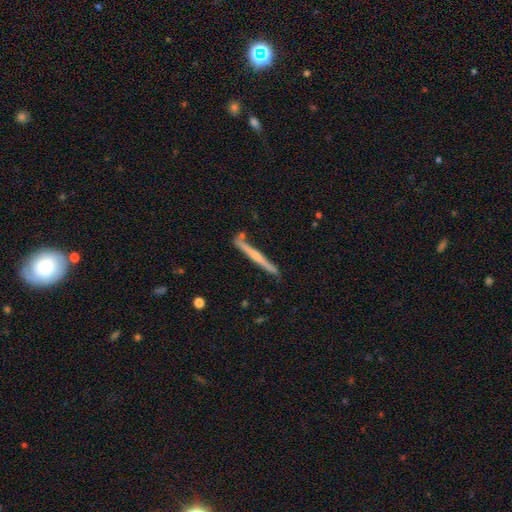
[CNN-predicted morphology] type=featured or disk (61%); edge-on=yes (97%); edge-on bulge=rounded (51%); merging=none (83%).